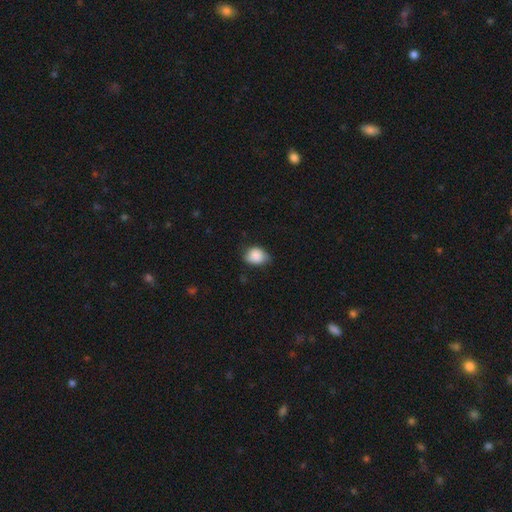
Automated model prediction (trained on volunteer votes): A smooth galaxy with no disk features (85%) that is in between round and cigar-shaped (61%).

Vote fractions:
- Smooth or featured? smooth: 85% / star or artifact: 8% / featured or disk: 8%
- How rounded? in between: 61% / round: 38% / cigar-shaped: 1%
- Merging? none: 60% / minor disturbance: 32% / major disturbance: 7% / merger: 1%